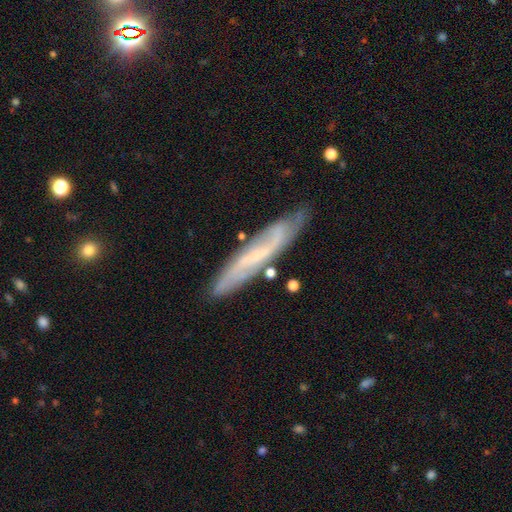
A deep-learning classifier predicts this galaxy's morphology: Q: Smooth or featured?
A: featured or disk (68%); runner-up: smooth (25%)
Q: Edge-on disk?
A: no (62%); runner-up: yes (38%)
Q: Merging?
A: none (74%); runner-up: minor disturbance (18%)